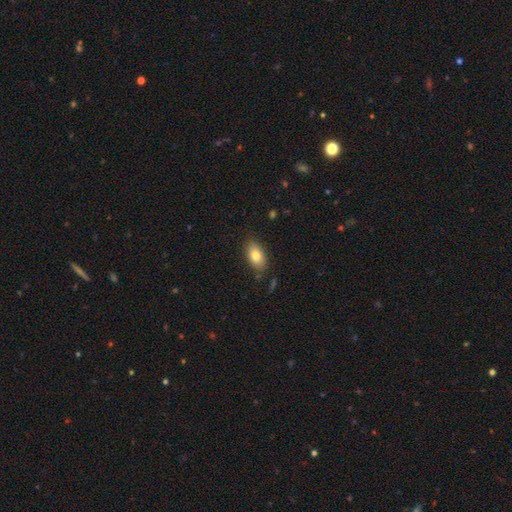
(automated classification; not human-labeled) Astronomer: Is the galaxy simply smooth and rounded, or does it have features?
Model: smooth — 79%.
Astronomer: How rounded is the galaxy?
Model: in between — 91%.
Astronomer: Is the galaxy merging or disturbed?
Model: none — 84%.